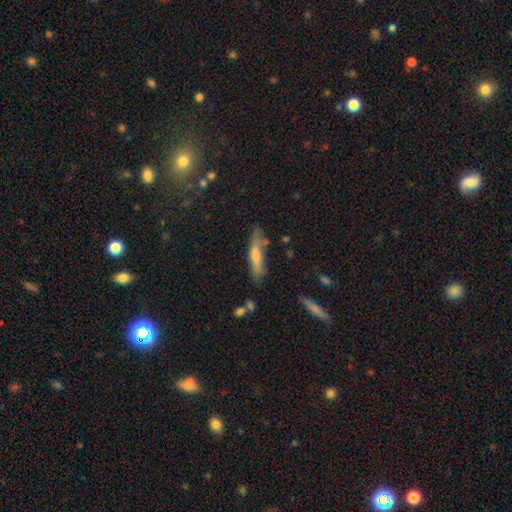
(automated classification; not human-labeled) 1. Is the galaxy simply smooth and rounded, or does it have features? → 59% smooth, 35% featured or disk, 7% star or artifact.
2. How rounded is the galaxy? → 79% cigar-shaped, 20% in between, 2% round.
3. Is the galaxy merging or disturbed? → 69% none, 21% minor disturbance, 5% major disturbance, 5% merger.